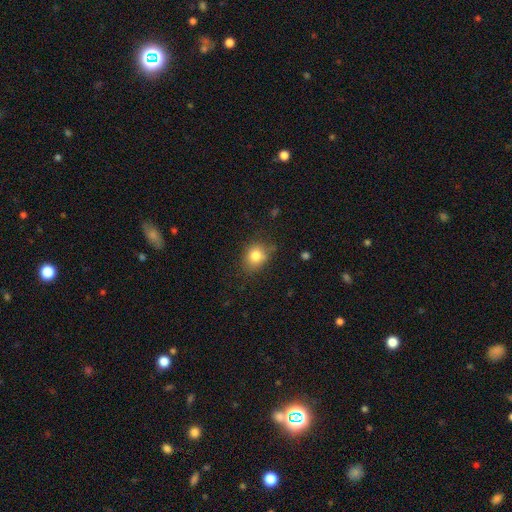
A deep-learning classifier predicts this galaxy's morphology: Smooth or featured? Predicted: smooth (p=0.81). How rounded? Predicted: round (p=0.57). Merging? Predicted: none (p=0.73).